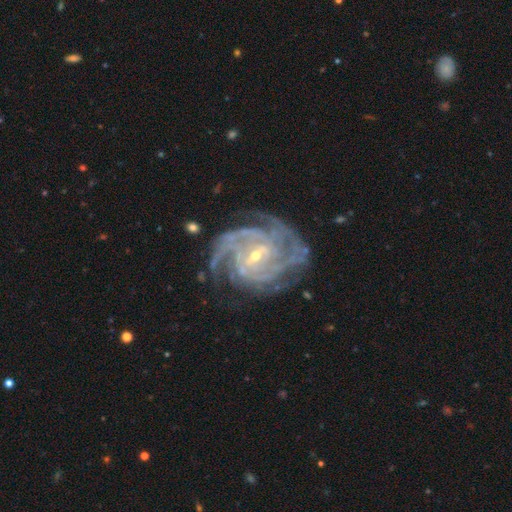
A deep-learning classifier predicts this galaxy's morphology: Smooth or featured?
  - featured or disk: 92% *
  - star or artifact: 5%
  - smooth: 3%
Edge-on disk?
  - no: 98% *
  - yes: 2%
Bar?
  - weak: 49% *
  - strong: 27%
  - no: 24%
Spiral arms?
  - yes: 98% *
  - no: 2%
Spiral winding?
  - tight: 67% *
  - medium: 29%
  - loose: 4%
Spiral arm count?
  - 4: 32% *
  - 3: 20%
  - can't tell: 16%
  - 2: 13%
  - more than 4: 12%
  - 1: 8%
Bulge size?
  - small: 69% *
  - moderate: 27%
  - large: 1%
  - none: 1%
  - dominant: 1%
Merging?
  - none: 73% *
  - minor disturbance: 17%
  - major disturbance: 8%
  - merger: 2%